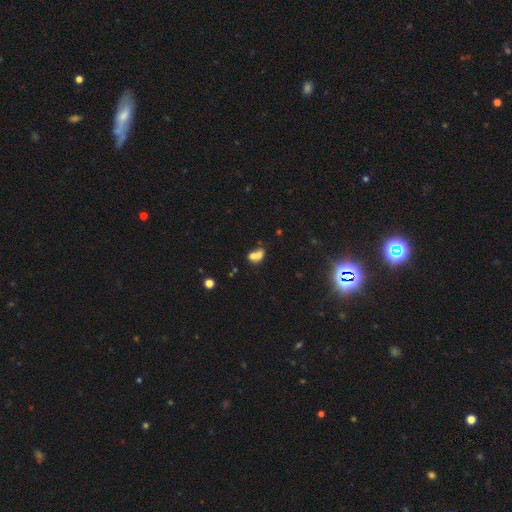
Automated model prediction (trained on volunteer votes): Smooth or featured?
  - smooth: 68% *
  - featured or disk: 19%
  - star or artifact: 13%
How rounded?
  - in between: 64% *
  - round: 33%
  - cigar-shaped: 3%
Merging?
  - merger: 65% *
  - none: 21%
  - minor disturbance: 8%
  - major disturbance: 6%